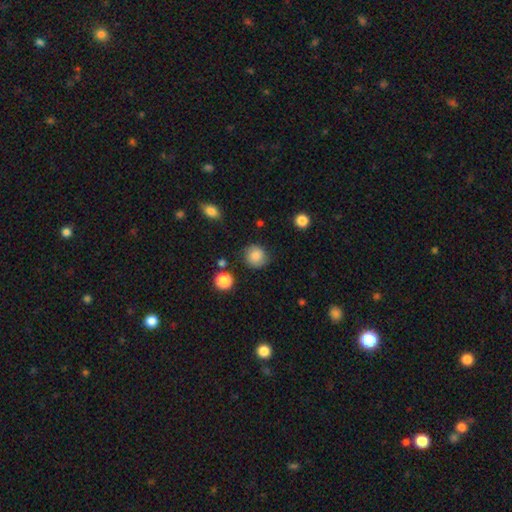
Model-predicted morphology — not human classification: smooth 83%, star or artifact 10%, featured or disk 7%. Down the decision tree: how rounded — round (88%); merging — none (81%).